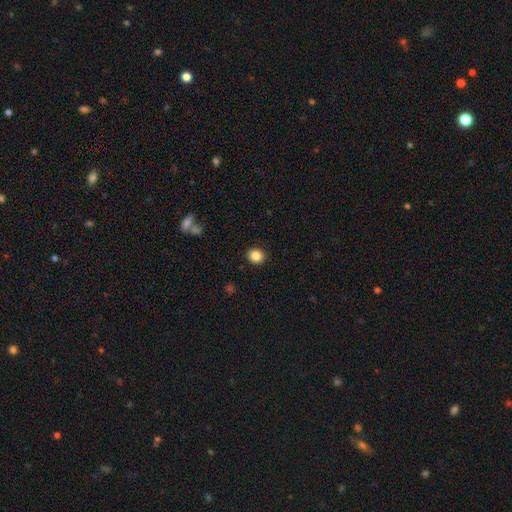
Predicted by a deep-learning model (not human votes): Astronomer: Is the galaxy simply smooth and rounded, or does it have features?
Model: smooth — 85%.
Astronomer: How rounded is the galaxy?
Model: round — 76%.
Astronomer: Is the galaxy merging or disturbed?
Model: none — 92%.